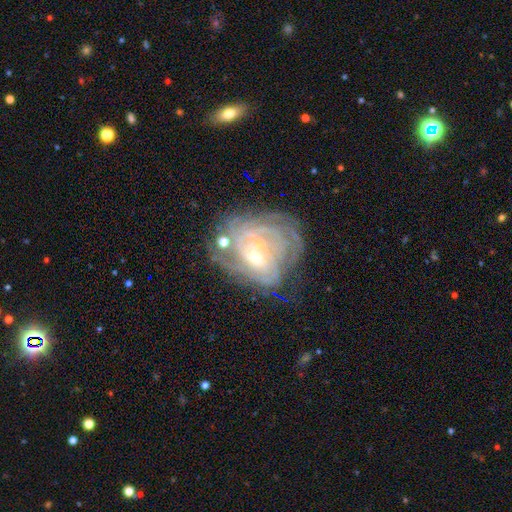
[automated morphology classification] type=featured or disk (81%); edge-on=no (97%); bar=no (65%); spiral arms=yes (90%); winding=tight (71%); arm count=can't tell (44%); bulge=small (62%); merging=none (55%).